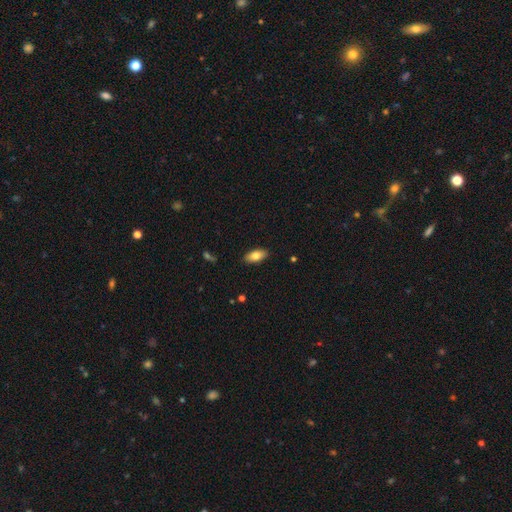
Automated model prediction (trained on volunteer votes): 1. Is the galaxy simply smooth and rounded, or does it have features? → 79% smooth, 14% featured or disk, 7% star or artifact.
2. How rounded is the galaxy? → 88% in between, 9% cigar-shaped, 3% round.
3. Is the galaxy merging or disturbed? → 88% none, 9% minor disturbance, 2% major disturbance, 1% merger.